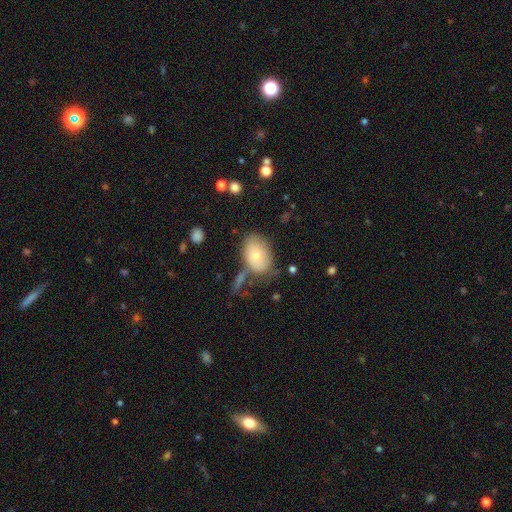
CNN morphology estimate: The model was most divided on "merging": none: 57%, minor disturbance: 23%, merger: 10%, major disturbance: 10%. More confident: how rounded — in between (86%); smooth or featured — smooth (72%).